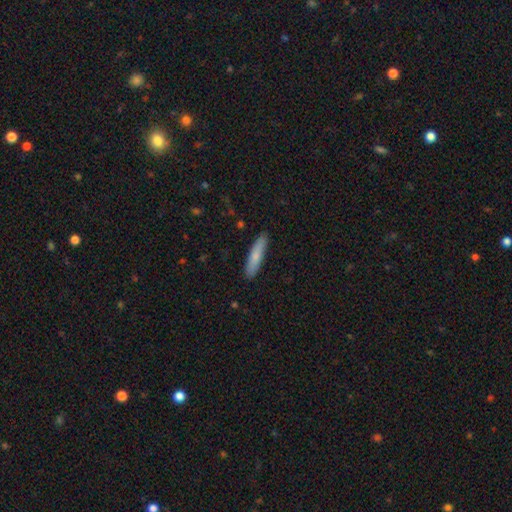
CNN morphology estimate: The model was most divided on "smooth or featured": smooth: 76%, featured or disk: 18%, star or artifact: 6%. More confident: merging — none (89%); how rounded — cigar-shaped (86%).